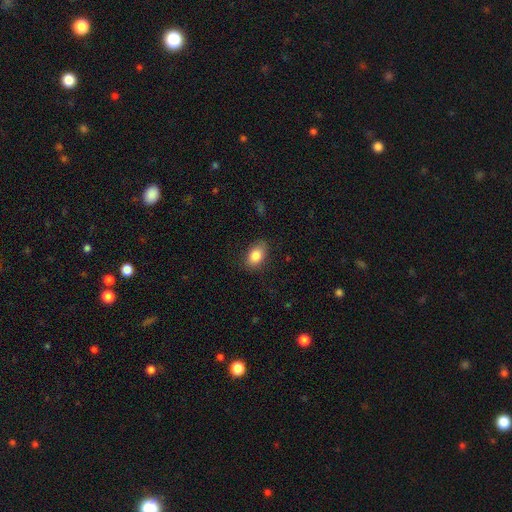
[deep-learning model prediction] A smooth galaxy with no disk features (84%) that is in between round and cigar-shaped (86%). Merging: none (79%).